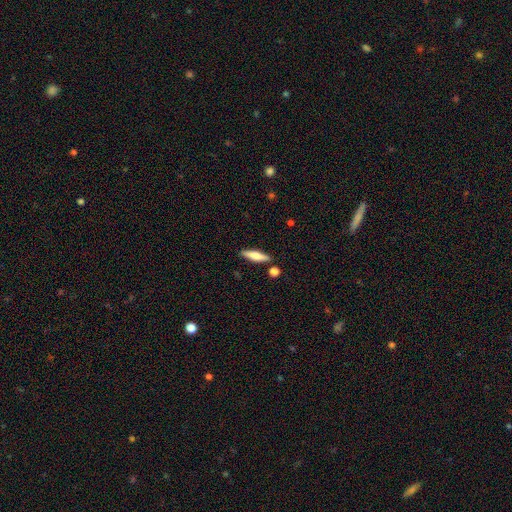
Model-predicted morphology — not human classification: Q: Smooth or featured?
A: smooth (66%); runner-up: featured or disk (27%)
Q: How rounded?
A: cigar-shaped (71%); runner-up: in between (27%)
Q: Merging?
A: none (84%); runner-up: minor disturbance (9%)